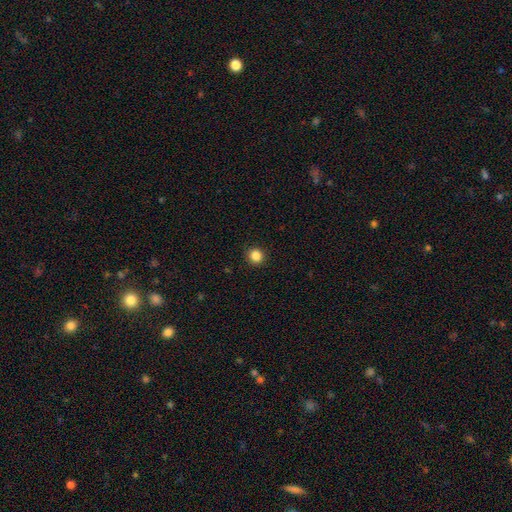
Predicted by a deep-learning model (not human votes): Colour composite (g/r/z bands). It shows a smooth galaxy with no disk features (86%) that is round (89%). Merging: none (92%).